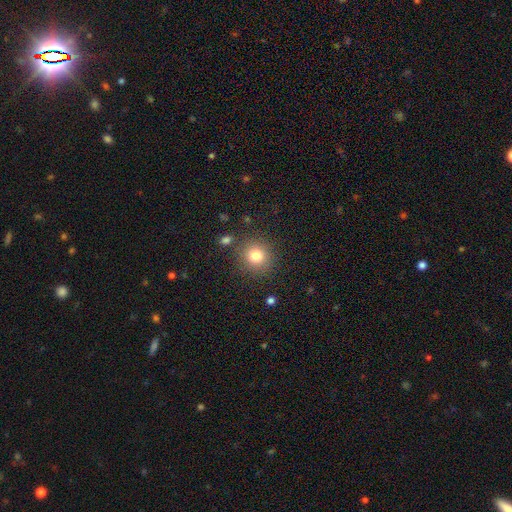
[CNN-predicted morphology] smooth-or-featured: smooth: 79% | star or artifact: 13% | featured or disk: 8%
  how-rounded: round: 90% | in between: 9% | cigar-shaped: 1%
  merging: none: 86% | minor disturbance: 8% | merger: 3% | major disturbance: 3%